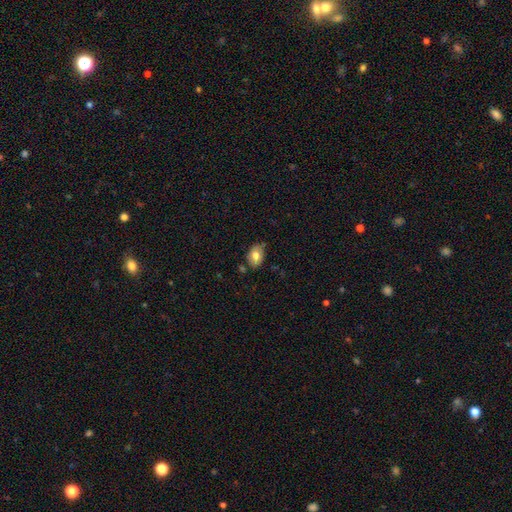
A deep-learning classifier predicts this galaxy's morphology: smooth 74%, featured or disk 19%, star or artifact 8%. Down the decision tree: how rounded — in between (80%); merging — none (69%).